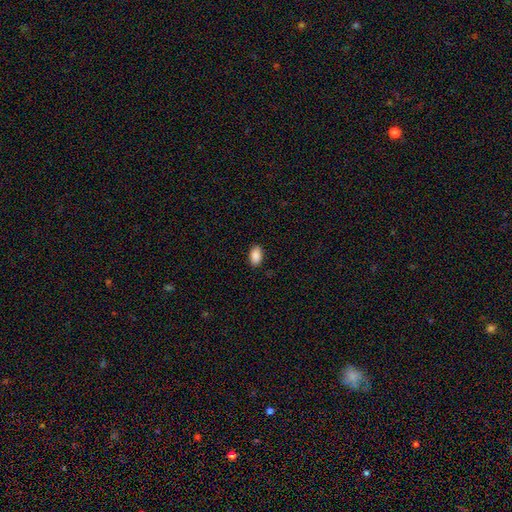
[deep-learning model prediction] Overall: smooth (90%). How rounded: in between (93%). Merging: none (88%).